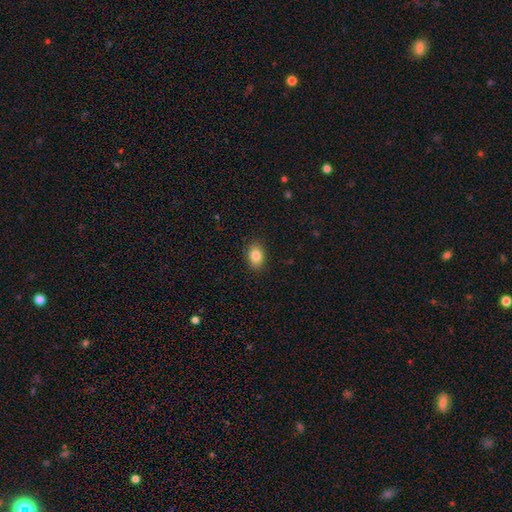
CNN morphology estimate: The model was most divided on "how rounded": in between: 77%, round: 22%, cigar-shaped: 1%. More confident: merging — none (88%); smooth or featured — smooth (85%).